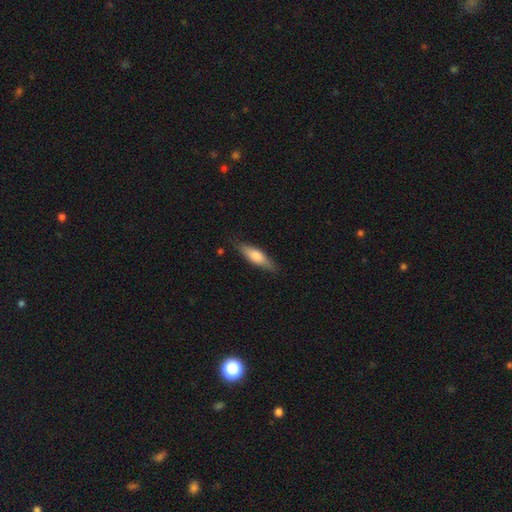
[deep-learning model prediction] A smooth galaxy with no disk features (65%) that is cigar-shaped (55%).

Vote fractions:
- Smooth or featured? smooth: 65% / featured or disk: 29% / star or artifact: 6%
- How rounded? cigar-shaped: 55% / in between: 43% / round: 2%
- Merging? none: 81% / minor disturbance: 15% / major disturbance: 3% / merger: 1%